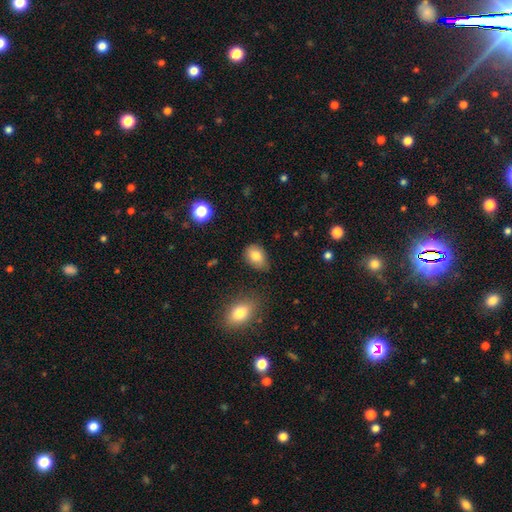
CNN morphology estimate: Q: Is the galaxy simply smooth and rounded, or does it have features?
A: smooth — 81%.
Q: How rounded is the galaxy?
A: in between — 79%.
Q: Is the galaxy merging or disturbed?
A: none — 69%.